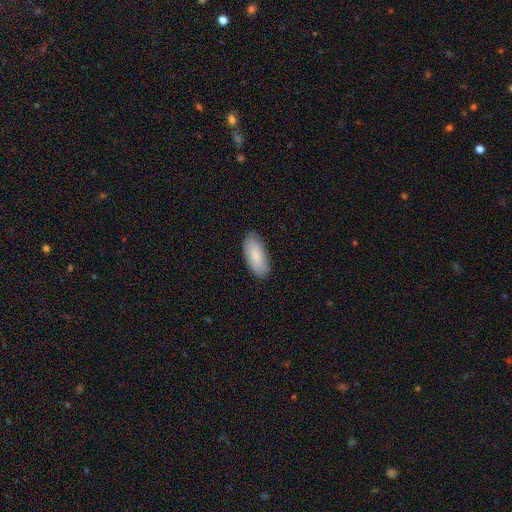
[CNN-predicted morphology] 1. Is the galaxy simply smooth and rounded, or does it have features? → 86% smooth, 9% featured or disk, 5% star or artifact.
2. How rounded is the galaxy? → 87% in between, 12% cigar-shaped, 2% round.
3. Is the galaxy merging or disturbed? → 87% none, 10% minor disturbance, 2% major disturbance, 1% merger.